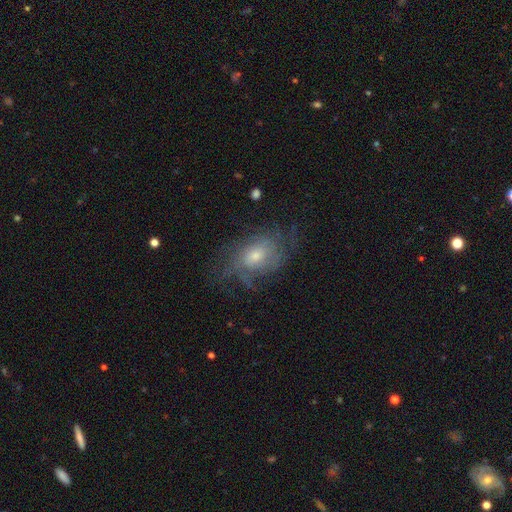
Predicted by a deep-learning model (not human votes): The model was most divided on "spiral winding": tight: 40%, medium: 37%, loose: 23%. Remaining: edge-on disk — no (96%); spiral arms — yes (81%); bar — no (72%); smooth or featured — featured or disk (67%); merging — none (57%); spiral arm count — can't tell (53%); bulge size — moderate (48%).